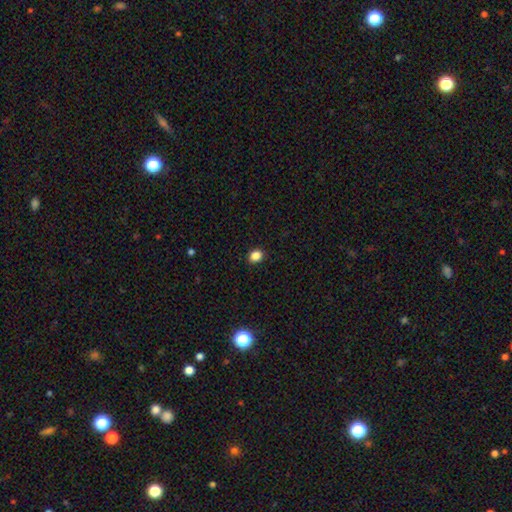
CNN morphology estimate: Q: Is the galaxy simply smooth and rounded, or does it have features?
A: smooth — 85%.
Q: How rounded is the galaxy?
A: round — 63%.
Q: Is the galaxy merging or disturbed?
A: none — 91%.